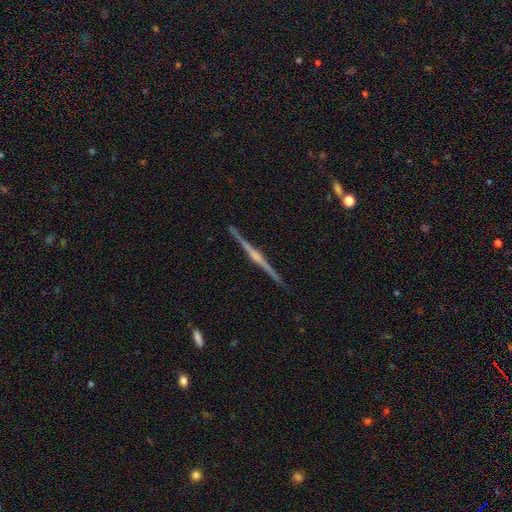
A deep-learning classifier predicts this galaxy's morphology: Q: Smooth or featured?
A: featured or disk (87%); runner-up: smooth (8%)
Q: Edge-on disk?
A: yes (99%); runner-up: no (1%)
Q: Edge-on bulge?
A: rounded (75%); runner-up: boxy (15%)
Q: Merging?
A: none (92%); runner-up: minor disturbance (5%)